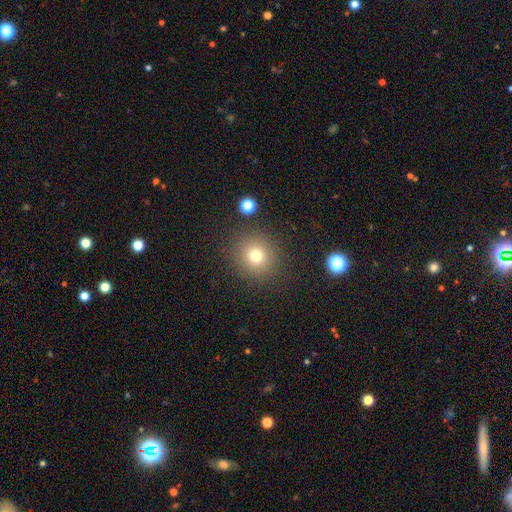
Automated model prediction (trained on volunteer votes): Smooth or featured: smooth — 75% (star or artifact — 16%)
How rounded: round — 92% (in between — 7%)
Merging: none — 87% (minor disturbance — 7%)